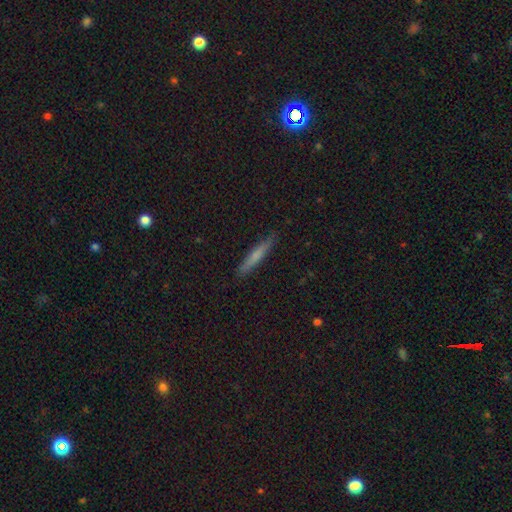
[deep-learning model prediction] This appears to be a smooth galaxy with no disk features (65%) that is cigar-shaped (94%). Merging: none (89%).